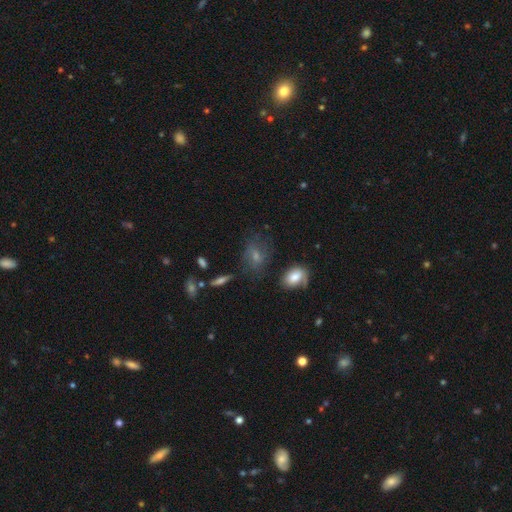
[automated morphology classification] Q: Smooth or featured?
A: smooth (50%); runner-up: featured or disk (27%)
Q: Merging?
A: none (63%); runner-up: minor disturbance (20%)